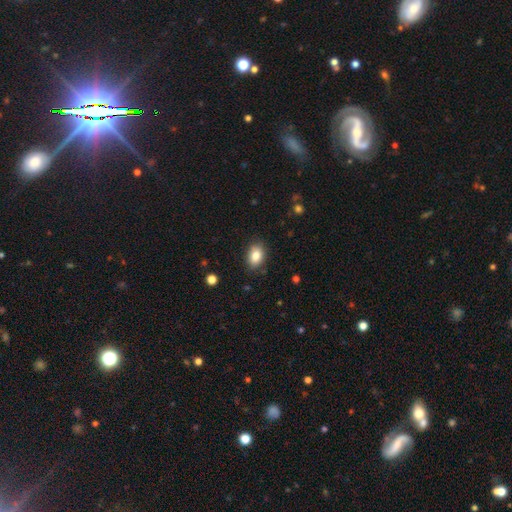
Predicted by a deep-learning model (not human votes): This appears to be a smooth galaxy with no disk features (85%) that is in between round and cigar-shaped (83%). Merging: none (85%).